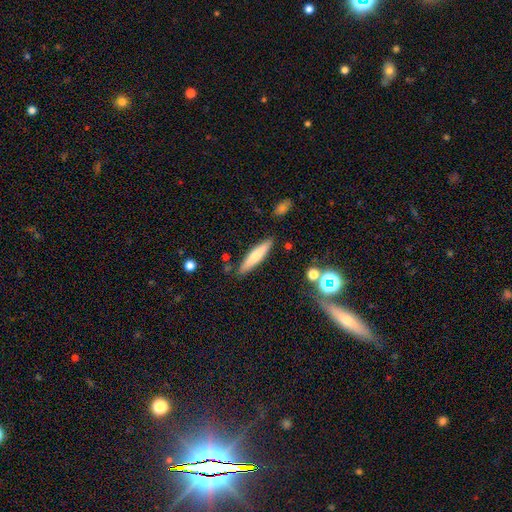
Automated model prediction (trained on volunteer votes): smooth-or-featured: smooth: 65% | featured or disk: 28% | star or artifact: 7%
  how-rounded: cigar-shaped: 86% | in between: 12% | round: 1%
  merging: none: 86% | minor disturbance: 10% | merger: 3% | major disturbance: 2%